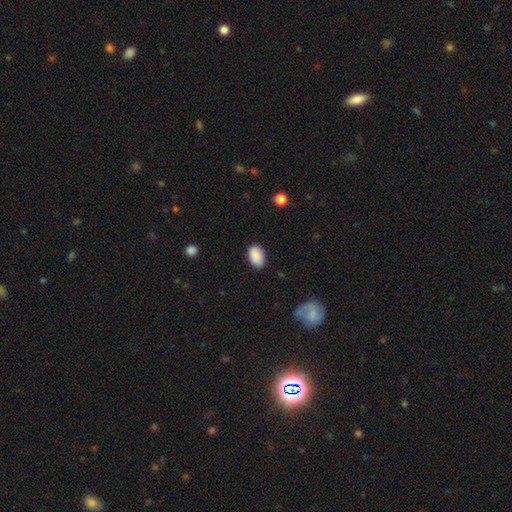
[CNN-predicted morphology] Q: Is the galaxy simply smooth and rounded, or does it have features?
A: smooth — 89%.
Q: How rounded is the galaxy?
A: in between — 90%.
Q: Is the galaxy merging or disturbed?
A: none — 84%.